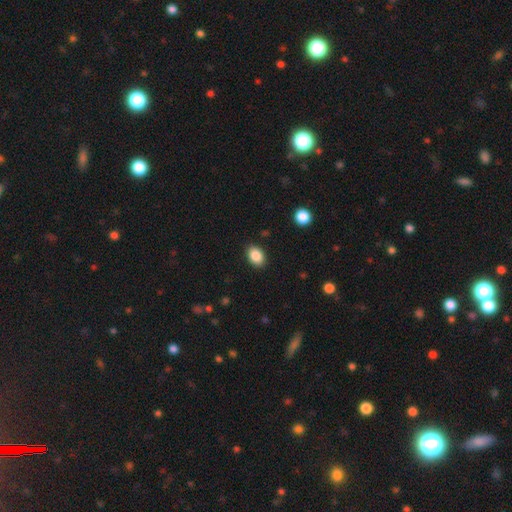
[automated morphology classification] A smooth galaxy with no disk features (88%) that is in between round and cigar-shaped (80%).

Vote fractions:
- Smooth or featured? smooth: 88% / star or artifact: 8% / featured or disk: 4%
- How rounded? in between: 80% / round: 19% / cigar-shaped: 1%
- Merging? none: 88% / minor disturbance: 8% / major disturbance: 2% / merger: 1%